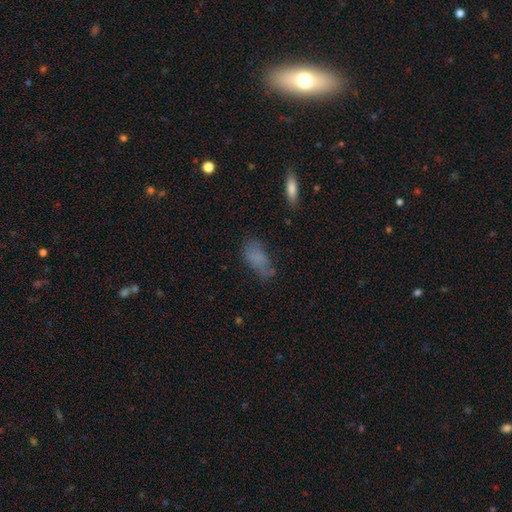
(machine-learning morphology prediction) A smooth galaxy with no disk features (71%) that is in between round and cigar-shaped (85%). Merging: none (57%).